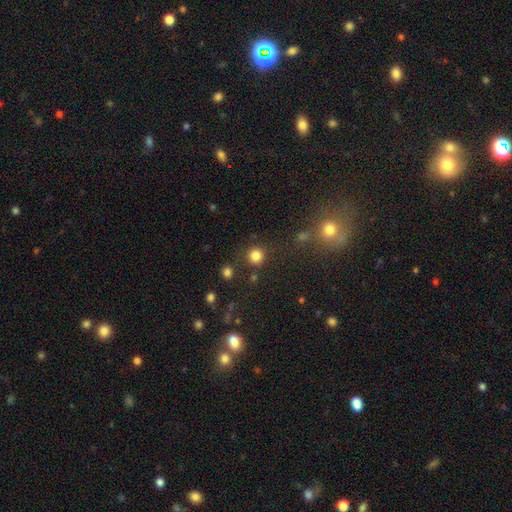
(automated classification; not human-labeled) The model was most divided on "smooth or featured": smooth: 82%, star or artifact: 14%, featured or disk: 4%. More confident: how rounded — round (92%); merging — none (83%).